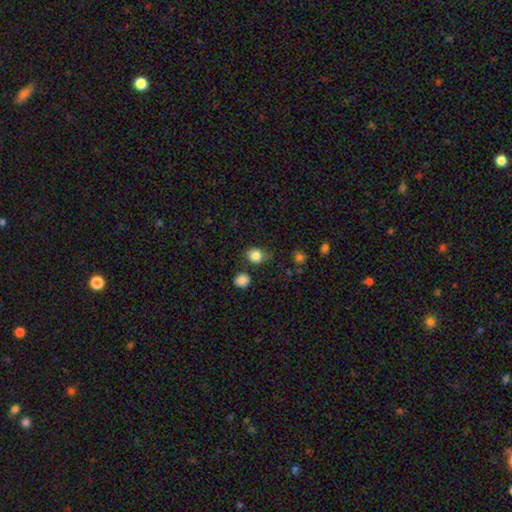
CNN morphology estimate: smooth 84%, star or artifact 10%, featured or disk 5%. Down the decision tree: how rounded — round (65%); merging — none (74%).